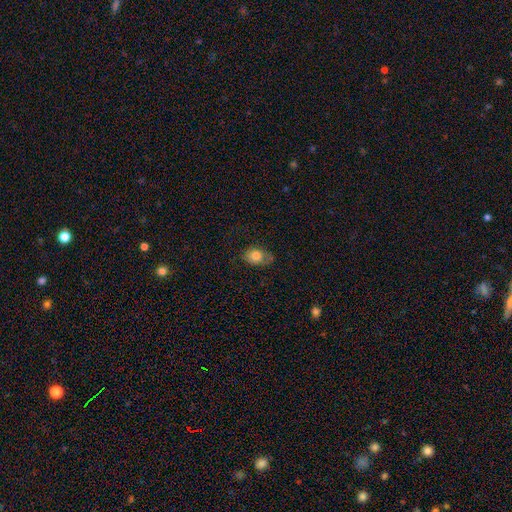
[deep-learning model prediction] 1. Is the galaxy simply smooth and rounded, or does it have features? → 79% smooth, 13% featured or disk, 9% star or artifact.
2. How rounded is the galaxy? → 73% in between, 25% round, 1% cigar-shaped.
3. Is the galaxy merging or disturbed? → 58% none, 30% minor disturbance, 10% major disturbance, 2% merger.